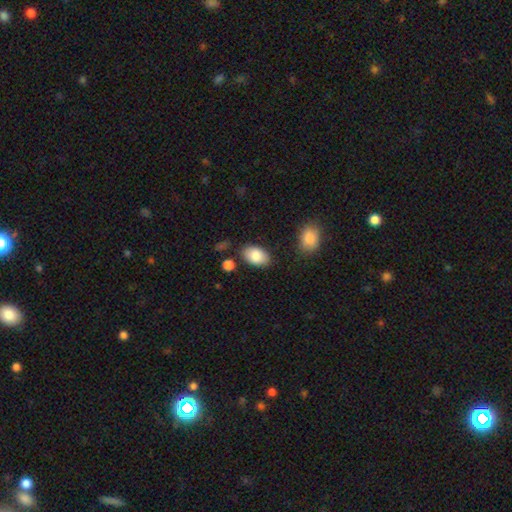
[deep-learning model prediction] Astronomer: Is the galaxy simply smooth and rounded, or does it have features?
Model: smooth — 87%.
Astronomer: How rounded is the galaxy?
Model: in between — 92%.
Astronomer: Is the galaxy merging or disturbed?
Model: none — 81%.